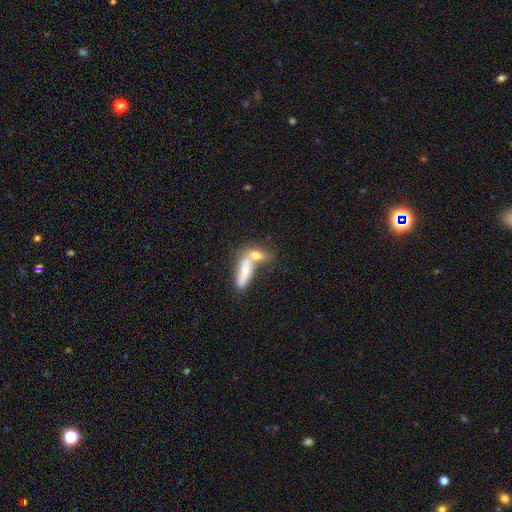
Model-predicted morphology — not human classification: smooth 65%, featured or disk 27%, star or artifact 8%. Down the decision tree: how rounded — in between (60%); merging — merger (59%).